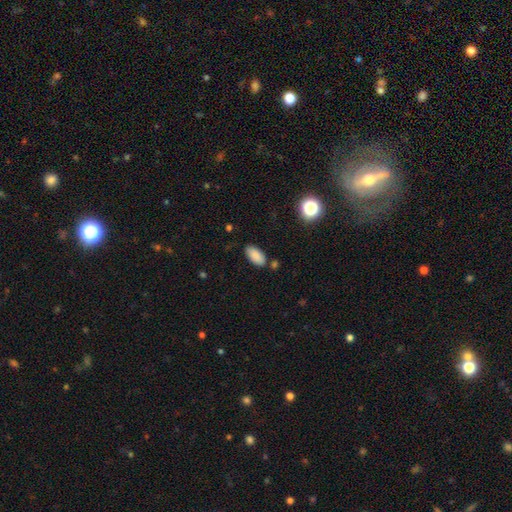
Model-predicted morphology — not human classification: A smooth galaxy with no disk features (87%) that is in between round and cigar-shaped (93%). Merging: none (81%).